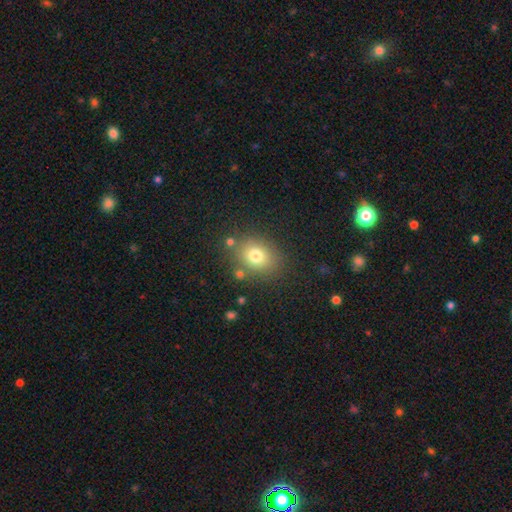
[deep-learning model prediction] Overall: smooth (76%). How rounded: round (53%; in between 46%). Merging: none (78%).